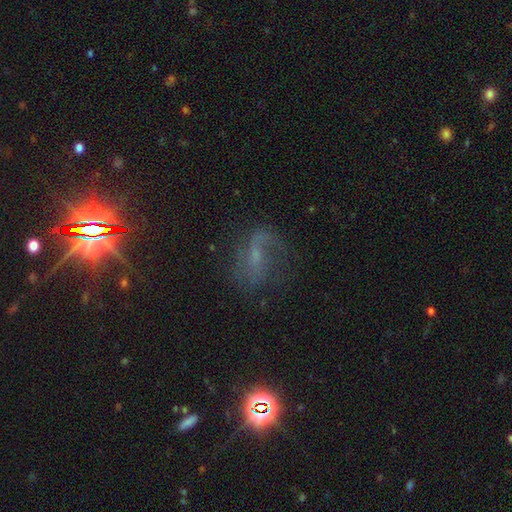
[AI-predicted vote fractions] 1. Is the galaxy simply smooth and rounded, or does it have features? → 54% featured or disk, 29% star or artifact, 17% smooth.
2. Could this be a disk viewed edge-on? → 93% no, 7% yes.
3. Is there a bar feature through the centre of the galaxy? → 41% weak, 37% no, 22% strong.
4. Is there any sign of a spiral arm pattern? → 79% yes, 21% no.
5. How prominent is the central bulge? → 54% small, 26% none, 17% moderate, 2% large, 1% dominant.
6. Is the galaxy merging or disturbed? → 54% none, 22% major disturbance, 21% minor disturbance, 3% merger.